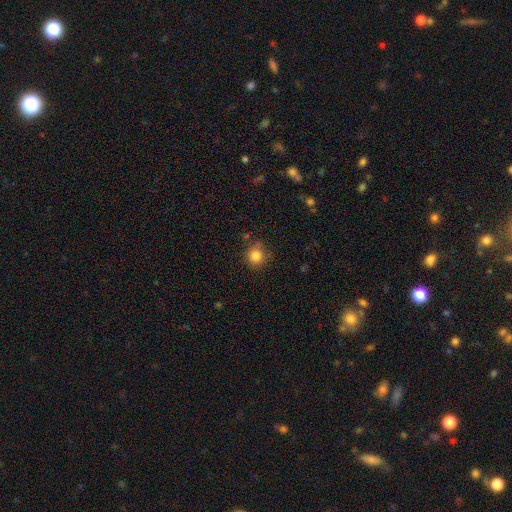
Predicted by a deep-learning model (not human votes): Overall: smooth (84%). How rounded: round (87%). Merging: none (74%).